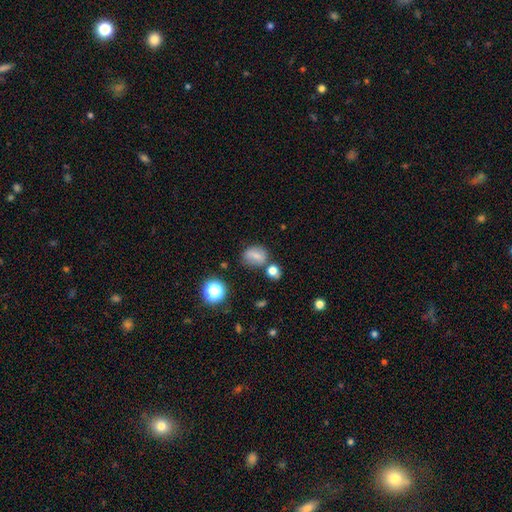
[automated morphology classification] type=smooth (67%); roundness=in between (53%); merging=none (66%).